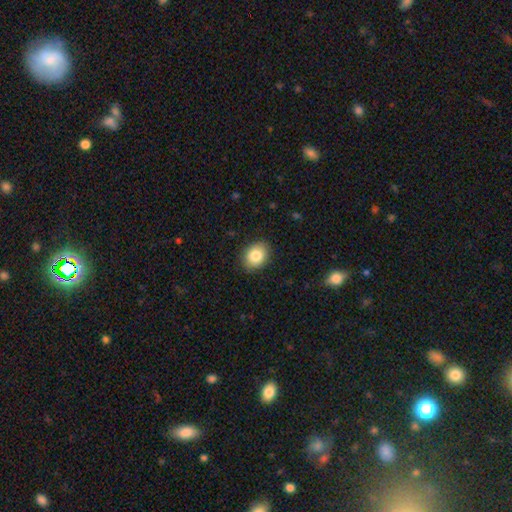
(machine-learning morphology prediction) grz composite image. It shows a smooth galaxy with no disk features (84%) that is in between round and cigar-shaped (63%). Merging: none (87%).